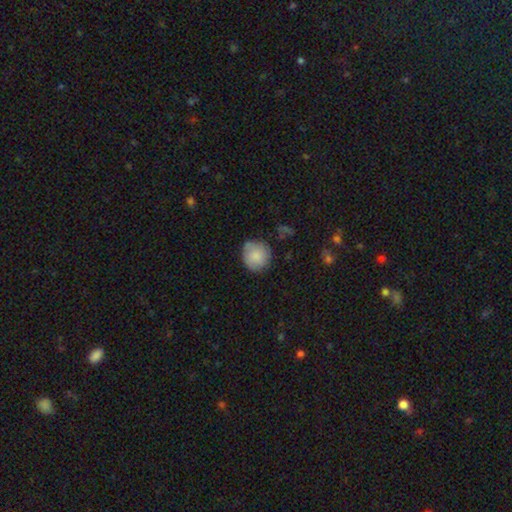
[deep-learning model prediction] Smooth or featured: smooth — 81% (featured or disk — 12%)
How rounded: round — 87% (in between — 12%)
Merging: none — 68% (minor disturbance — 24%)